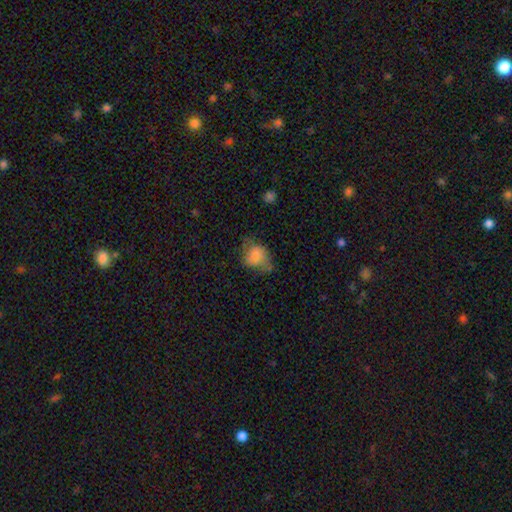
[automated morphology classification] Overall: smooth (74%). How rounded: round (52%; in between 47%). Merging: none (43%; minor disturbance 34%).